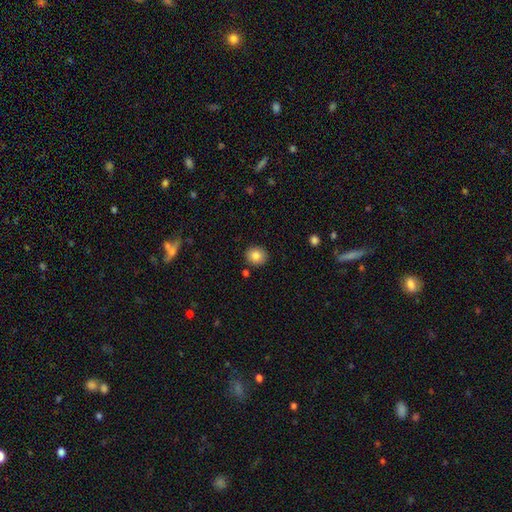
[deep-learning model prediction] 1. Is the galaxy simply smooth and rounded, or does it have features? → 84% smooth, 9% star or artifact, 7% featured or disk.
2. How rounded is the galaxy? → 79% round, 20% in between, 1% cigar-shaped.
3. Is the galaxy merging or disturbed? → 88% none, 8% minor disturbance, 3% merger, 2% major disturbance.